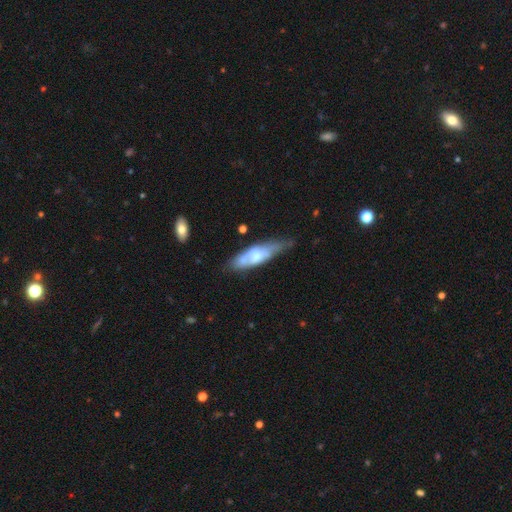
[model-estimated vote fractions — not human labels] This appears to be a featured or disk galaxy (48%). Merging: none (41%).